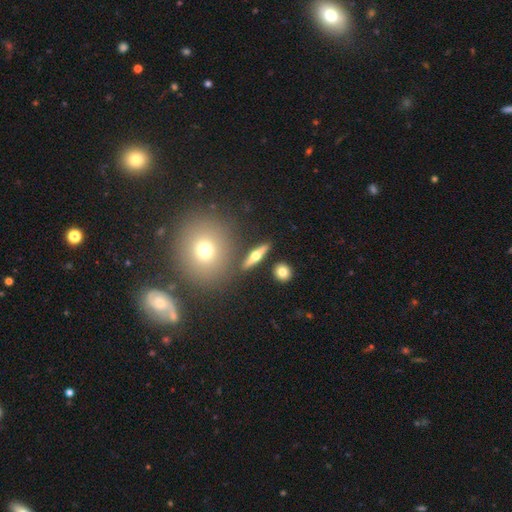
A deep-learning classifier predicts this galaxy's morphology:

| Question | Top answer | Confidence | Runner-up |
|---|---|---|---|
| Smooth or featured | featured or disk | 60% | smooth (32%) |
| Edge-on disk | yes | 90% | no (10%) |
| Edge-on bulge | rounded | 95% | none (2%) |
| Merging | none | 85% | minor disturbance (7%) |